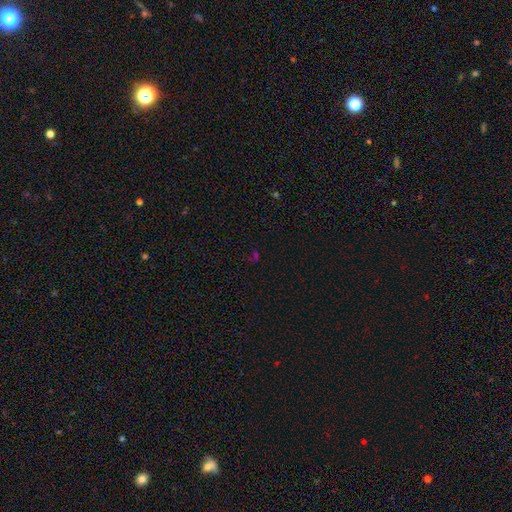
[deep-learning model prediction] Morphology: type=star or artifact (60%).